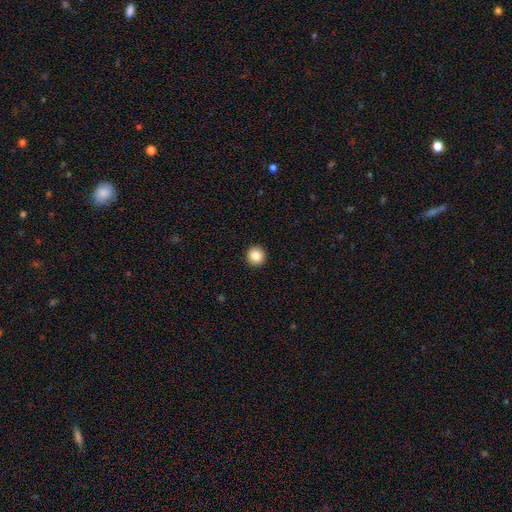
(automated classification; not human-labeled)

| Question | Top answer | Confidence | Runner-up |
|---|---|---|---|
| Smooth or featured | smooth | 85% | star or artifact (9%) |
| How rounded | round | 95% | in between (4%) |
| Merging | none | 94% | minor disturbance (4%) |